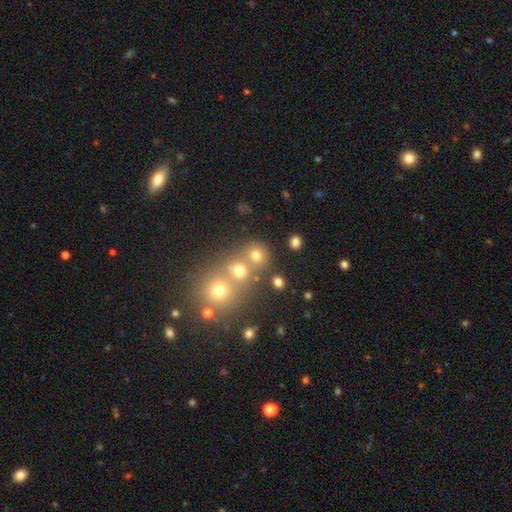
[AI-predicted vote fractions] smooth 71%, star or artifact 18%, featured or disk 10%. Down the decision tree: how rounded — round (86%); merging — none (60%).